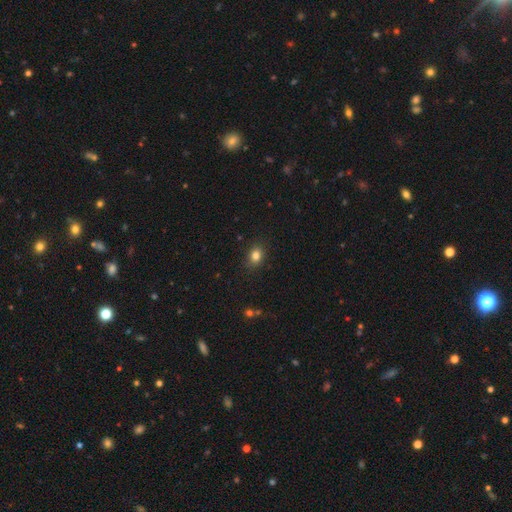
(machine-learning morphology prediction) Smooth or featured?
  - smooth: 82% *
  - star or artifact: 12%
  - featured or disk: 6%
How rounded?
  - in between: 52% *
  - round: 47%
  - cigar-shaped: 1%
Merging?
  - none: 85% *
  - minor disturbance: 11%
  - major disturbance: 2%
  - merger: 1%